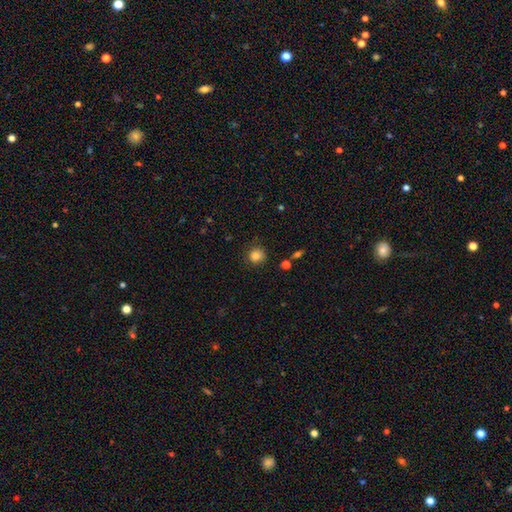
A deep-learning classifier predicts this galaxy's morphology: A smooth galaxy with no disk features (83%) that is round (89%). Merging: none (82%).